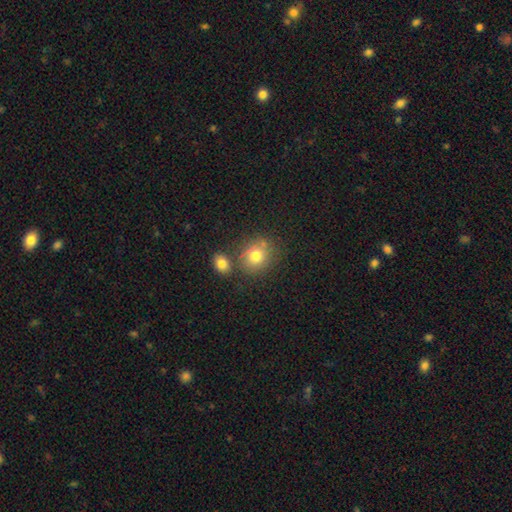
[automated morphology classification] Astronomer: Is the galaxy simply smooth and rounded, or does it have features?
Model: smooth — 76%.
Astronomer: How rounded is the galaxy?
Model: round — 73%.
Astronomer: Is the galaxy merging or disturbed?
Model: none — 64%.